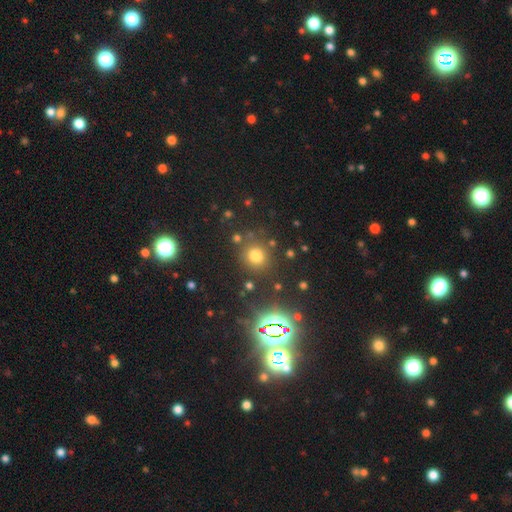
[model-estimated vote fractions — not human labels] Smooth or featured? Predicted: smooth (p=0.69). How rounded? Predicted: round (p=0.88). Merging? Predicted: none (p=0.81).